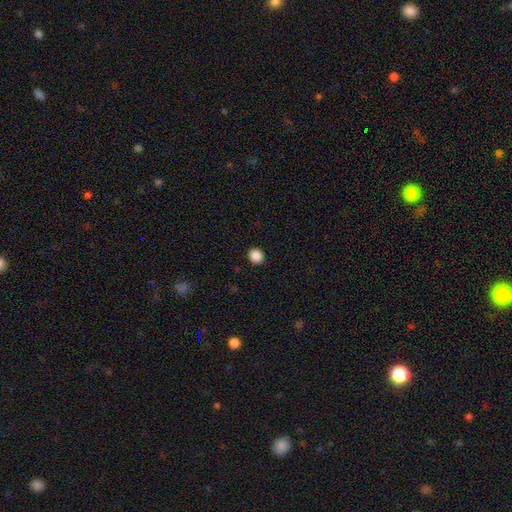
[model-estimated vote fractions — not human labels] Overall: smooth (88%). How rounded: round (85%). Merging: none (92%).